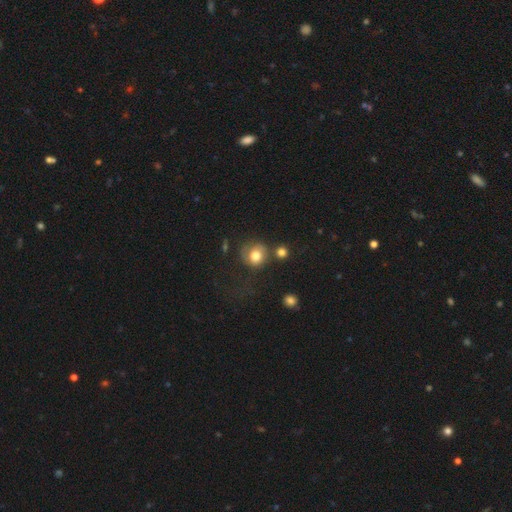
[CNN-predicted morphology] Q: Smooth or featured?
A: smooth (76%); runner-up: featured or disk (14%)
Q: How rounded?
A: round (82%); runner-up: in between (17%)
Q: Merging?
A: none (56%); runner-up: minor disturbance (20%)